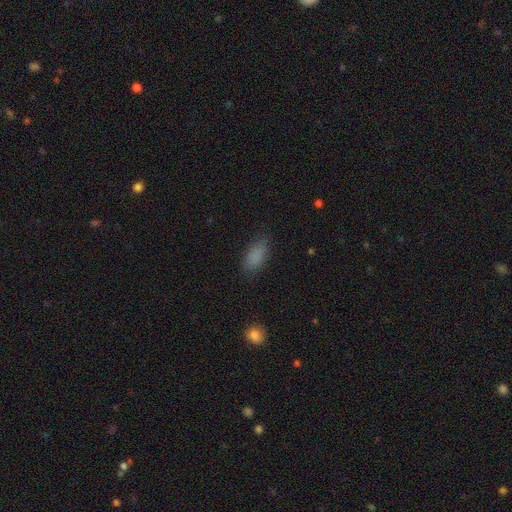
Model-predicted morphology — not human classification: This is clearly a smooth galaxy (85%). How rounded: clearly in between (87%). Merging: likely none (78%).